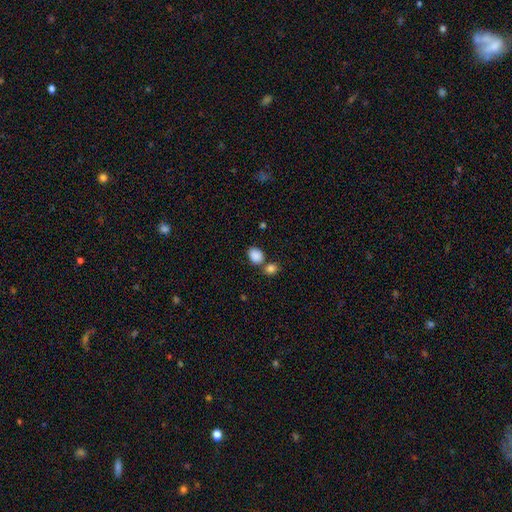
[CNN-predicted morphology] Q: Smooth or featured?
A: smooth (87%); runner-up: star or artifact (9%)
Q: How rounded?
A: in between (56%); runner-up: round (43%)
Q: Merging?
A: none (58%); runner-up: merger (26%)